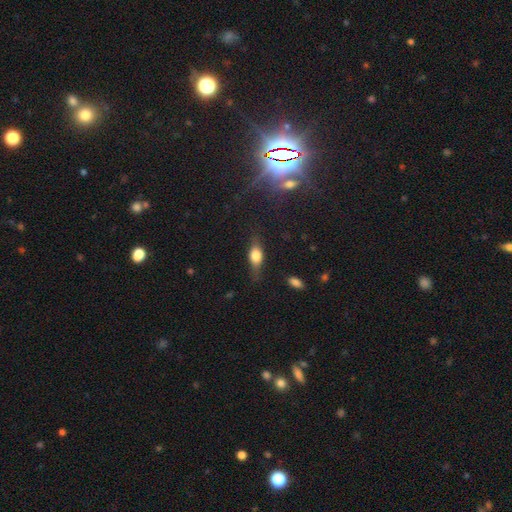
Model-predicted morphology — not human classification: This is likely a smooth galaxy (64%). How rounded: likely in between (73%). Merging: likely none (68%).